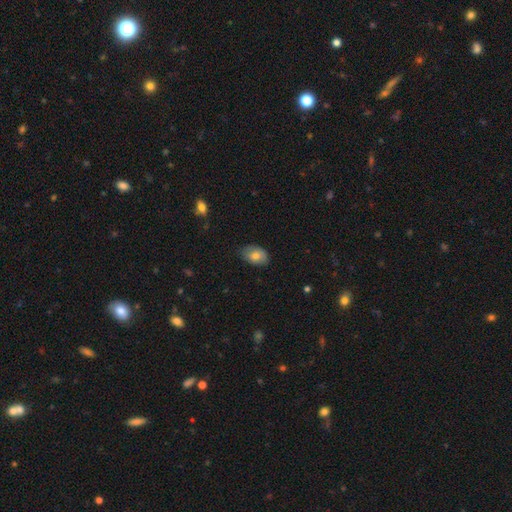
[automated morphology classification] Smooth or featured? smooth (76%)
How rounded? in between (85%)
Merging? none (75%)